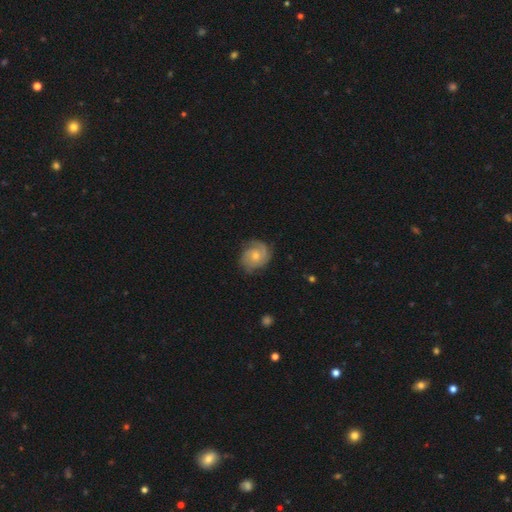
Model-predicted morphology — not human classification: This appears to be a featured or disk galaxy (77%) with no bar (70%), 2 (53%) tight (52%) spiral arms (95%) and a moderate central bulge (47%, tied with small). Merging: none (75%).